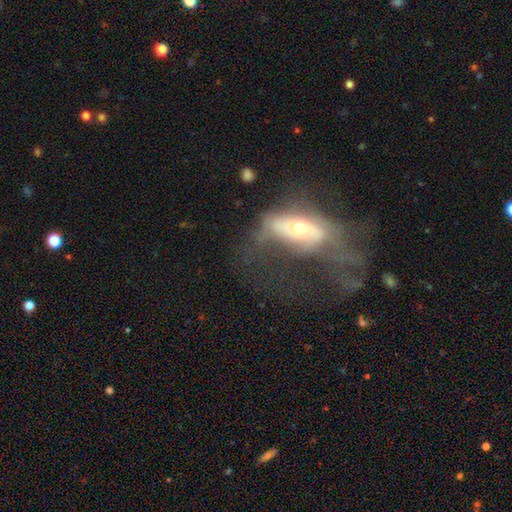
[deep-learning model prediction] A featured or disk galaxy (56%). Merging: major disturbance (64%).